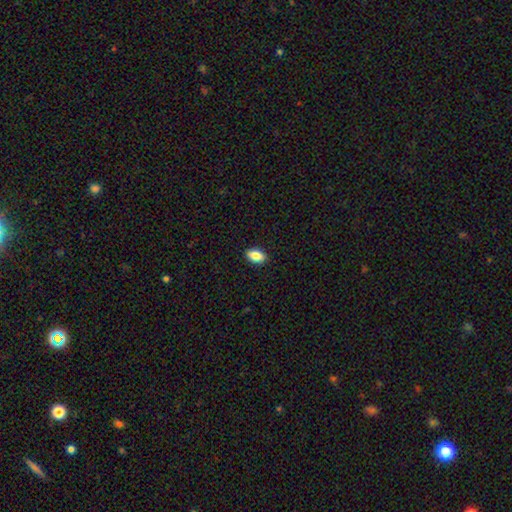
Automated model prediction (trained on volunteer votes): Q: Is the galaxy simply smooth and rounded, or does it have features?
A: smooth — 85%.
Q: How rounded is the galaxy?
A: in between — 91%.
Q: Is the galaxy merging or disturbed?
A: none — 90%.